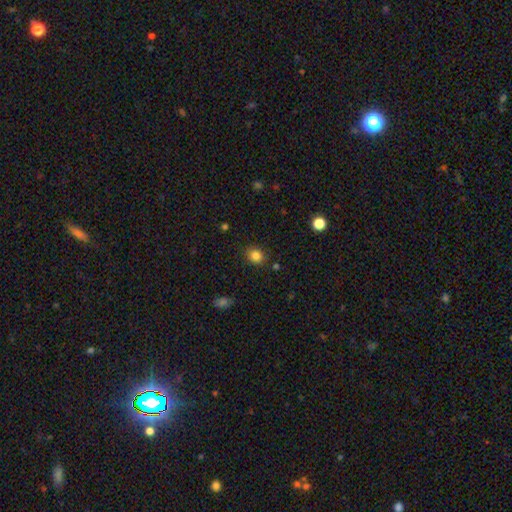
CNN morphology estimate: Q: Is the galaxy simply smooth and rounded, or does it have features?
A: smooth — 84%.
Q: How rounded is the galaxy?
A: round — 69%.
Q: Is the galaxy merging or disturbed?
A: none — 85%.